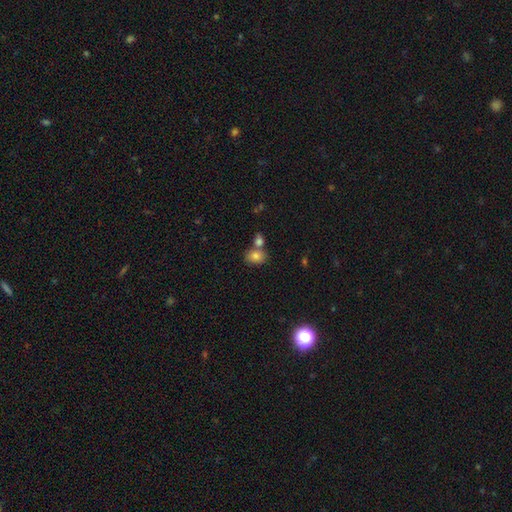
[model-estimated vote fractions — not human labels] smooth_or_featured: smooth (p=0.81) [alt: star or artifact p=0.10]
how_rounded: in between (p=0.69) [alt: round p=0.29]
merging: none (p=0.52) [alt: merger p=0.34]